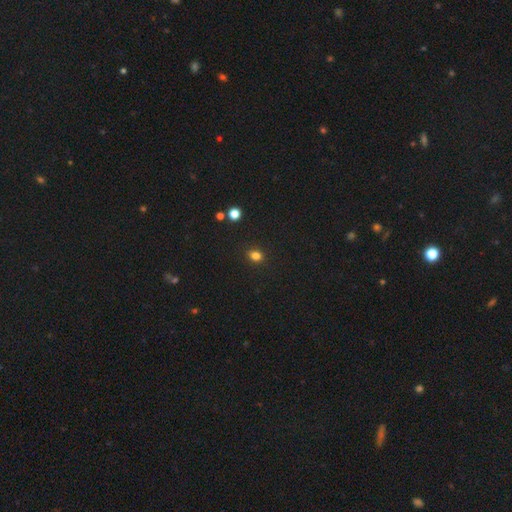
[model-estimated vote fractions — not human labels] Morphology: type=smooth (80%); roundness=in between (50%); merging=none (85%).